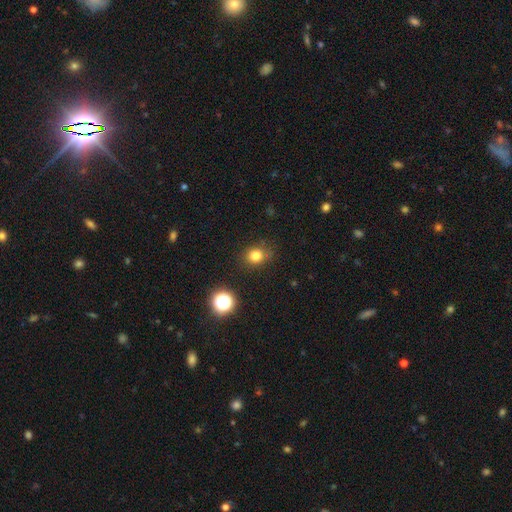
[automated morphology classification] type=smooth (79%); roundness=round (66%); merging=none (80%).